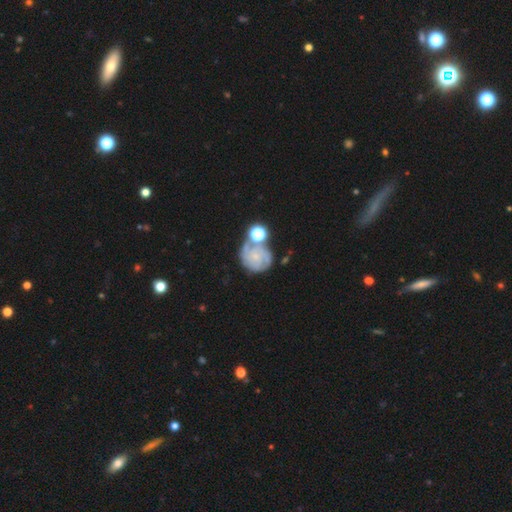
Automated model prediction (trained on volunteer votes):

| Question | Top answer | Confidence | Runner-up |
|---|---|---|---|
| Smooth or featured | featured or disk | 68% | smooth (23%) |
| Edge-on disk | no | 98% | yes (2%) |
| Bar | no | 78% | weak (19%) |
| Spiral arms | yes | 86% | no (14%) |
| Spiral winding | tight | 62% | medium (29%) |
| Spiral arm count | can't tell | 35% | 3 (23%) |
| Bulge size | small | 68% | none (15%) |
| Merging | none | 47% | merger (23%) |